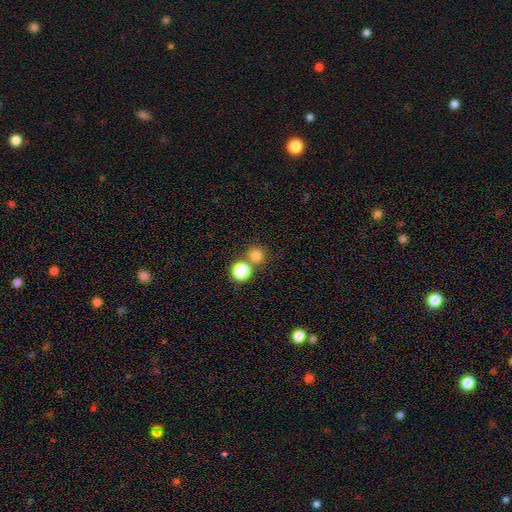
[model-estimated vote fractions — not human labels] smooth-or-featured: smooth: 79% | star or artifact: 15% | featured or disk: 6%
  how-rounded: round: 89% | in between: 10% | cigar-shaped: 1%
  merging: none: 59% | merger: 32% | minor disturbance: 6% | major disturbance: 3%